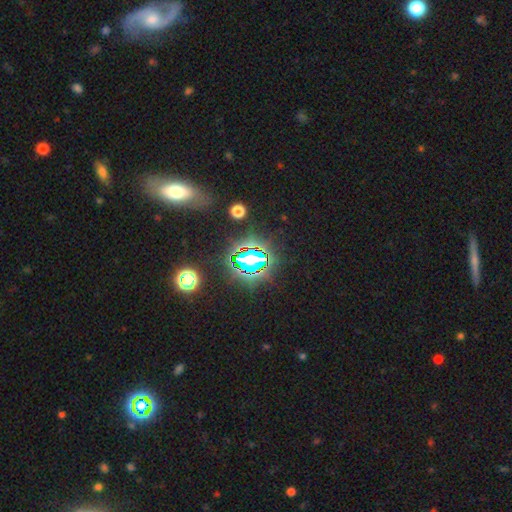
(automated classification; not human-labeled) This is likely a star or artifact rather than a galaxy (71%).